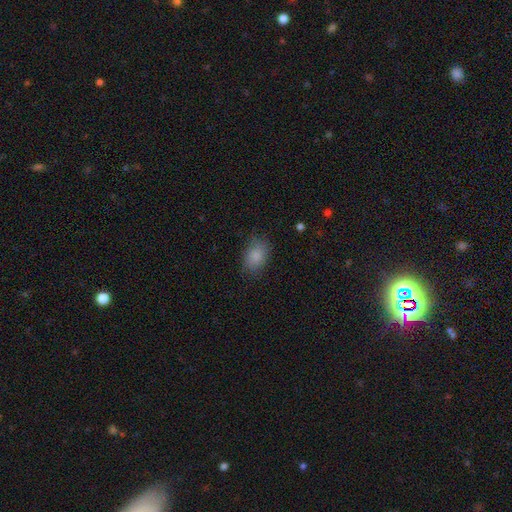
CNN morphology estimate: Smooth or featured?
  - smooth: 85% *
  - star or artifact: 8%
  - featured or disk: 6%
How rounded?
  - in between: 79% *
  - round: 20%
  - cigar-shaped: 1%
Merging?
  - none: 77% *
  - minor disturbance: 17%
  - major disturbance: 5%
  - merger: 1%